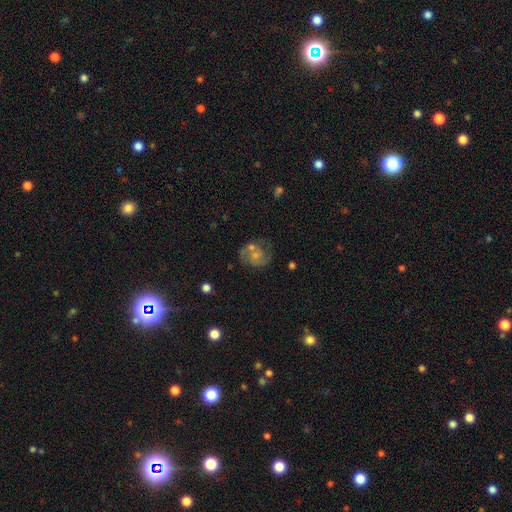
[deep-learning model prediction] Overall: featured or disk (56%; smooth 24%). Edge-on disk: no (97%). Bar: no (70%). Spiral arms: yes (80%). Bulge size: small (49%; moderate 32%). Merging: none (59%).